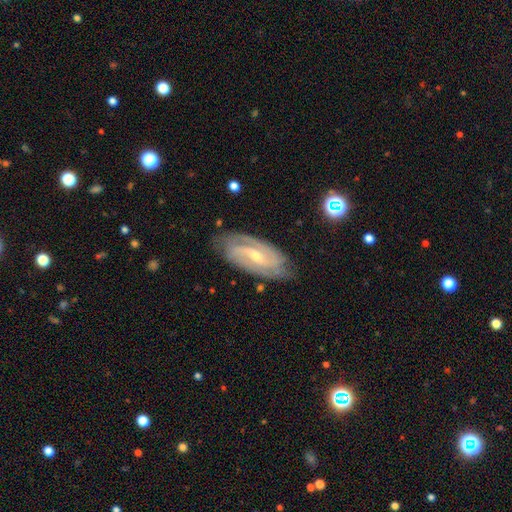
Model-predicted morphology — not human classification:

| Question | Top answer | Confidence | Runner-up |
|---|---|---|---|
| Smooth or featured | featured or disk | 86% | smooth (8%) |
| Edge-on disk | no | 93% | yes (7%) |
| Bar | weak | 46% | strong (29%) |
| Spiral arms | yes | 96% | no (4%) |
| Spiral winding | tight | 46% | medium (41%) |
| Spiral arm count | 2 | 68% | can't tell (13%) |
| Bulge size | small | 61% | moderate (36%) |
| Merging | none | 79% | minor disturbance (16%) |